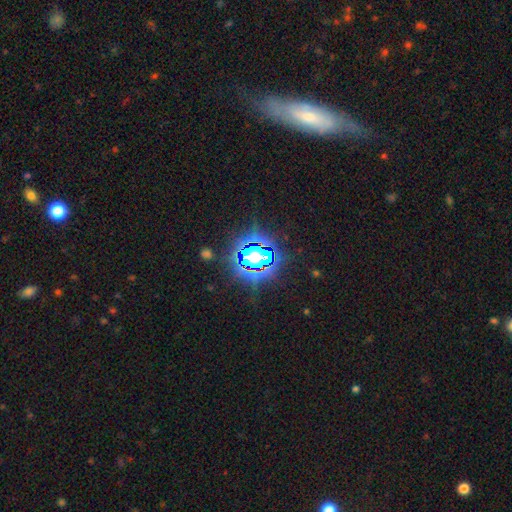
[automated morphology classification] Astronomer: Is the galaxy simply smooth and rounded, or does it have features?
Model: star or artifact — 60%.